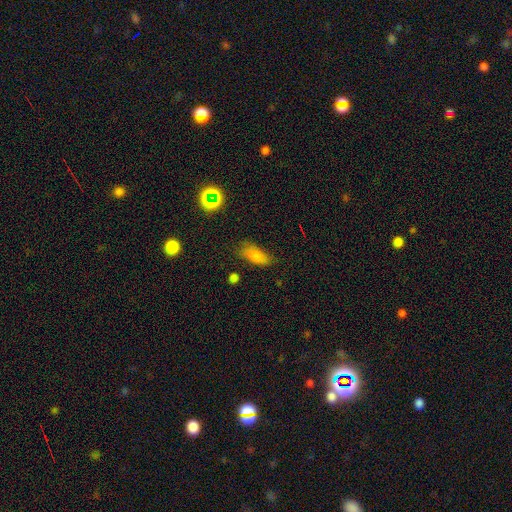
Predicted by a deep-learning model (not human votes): Smooth or featured? smooth (73%)
How rounded? in between (76%)
Merging? none (71%)